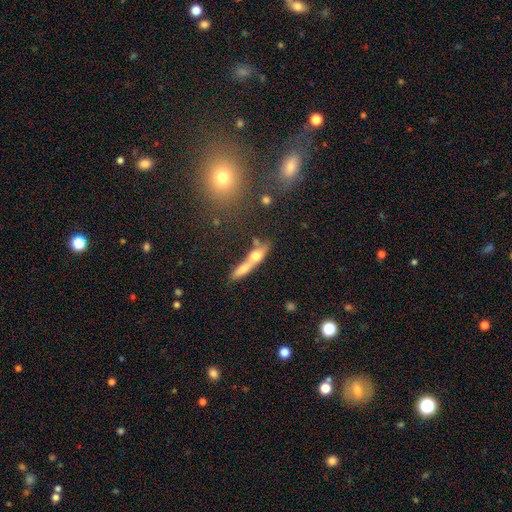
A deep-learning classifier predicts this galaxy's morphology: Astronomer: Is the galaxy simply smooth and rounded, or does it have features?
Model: smooth — 55% (runner-up: featured or disk, 35%).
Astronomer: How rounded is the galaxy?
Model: cigar-shaped — 58% (runner-up: in between, 34%).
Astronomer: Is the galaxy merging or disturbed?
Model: merger — 53% (runner-up: none, 30%).